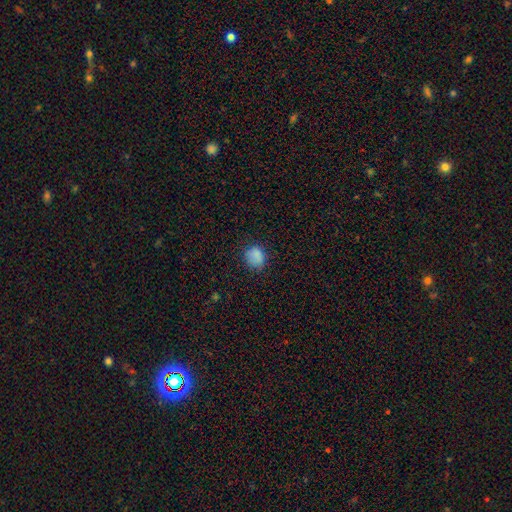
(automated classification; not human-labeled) This is clearly a smooth galaxy (83%). How rounded: possibly round (58%). Merging: likely none (73%).